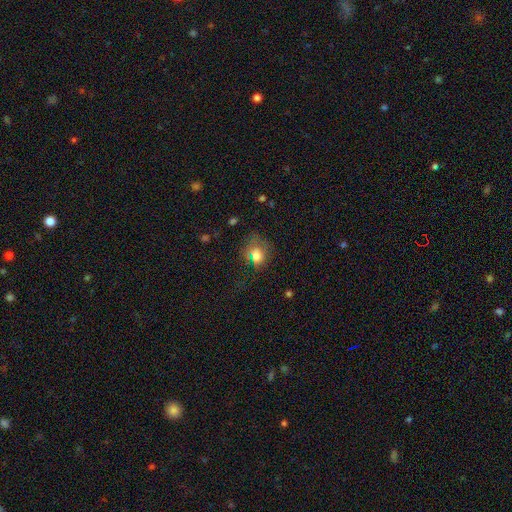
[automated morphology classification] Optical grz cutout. It shows a smooth galaxy with no disk features (72%) that is round (57%). Merging: none (49%).